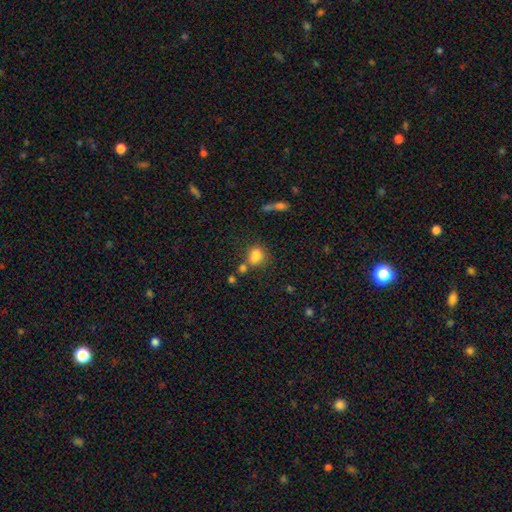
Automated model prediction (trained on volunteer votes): Smooth or featured: smooth — 78% (star or artifact — 12%)
How rounded: in between — 55% (round — 42%)
Merging: none — 45% (merger — 27%)